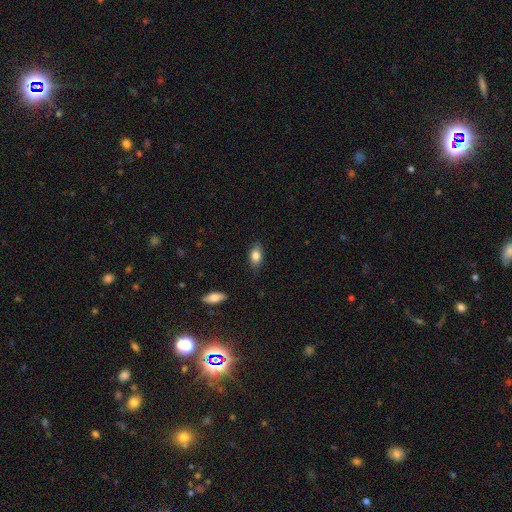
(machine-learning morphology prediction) This is clearly a smooth galaxy (83%). How rounded: clearly in between (86%). Merging: clearly none (83%).